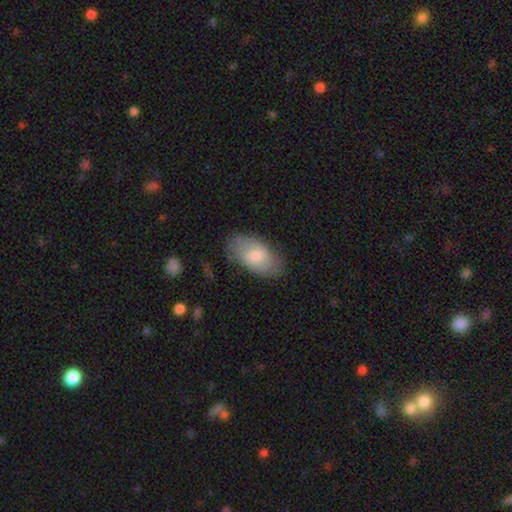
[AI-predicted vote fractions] smooth_or_featured: smooth (p=0.63) [alt: featured or disk p=0.31]
how_rounded: in between (p=0.93) [alt: round p=0.05]
merging: none (p=0.73) [alt: minor disturbance p=0.20]